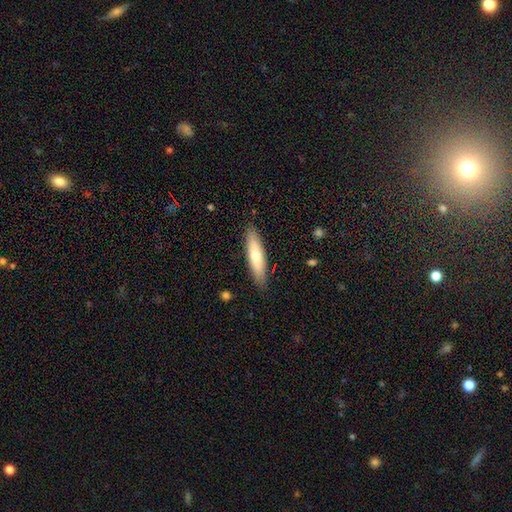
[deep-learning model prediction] smooth-or-featured: smooth: 63% | featured or disk: 31% | star or artifact: 6%
  how-rounded: cigar-shaped: 73% | in between: 25% | round: 2%
  merging: none: 87% | minor disturbance: 9% | major disturbance: 2% | merger: 1%